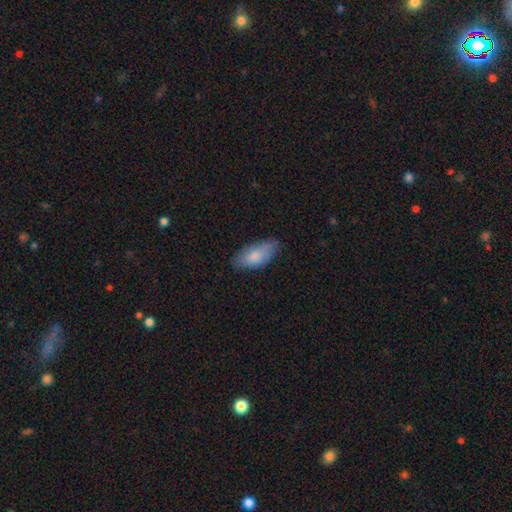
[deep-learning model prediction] Q: Smooth or featured?
A: smooth (81%); runner-up: featured or disk (14%)
Q: How rounded?
A: in between (90%); runner-up: cigar-shaped (8%)
Q: Merging?
A: none (71%); runner-up: minor disturbance (24%)